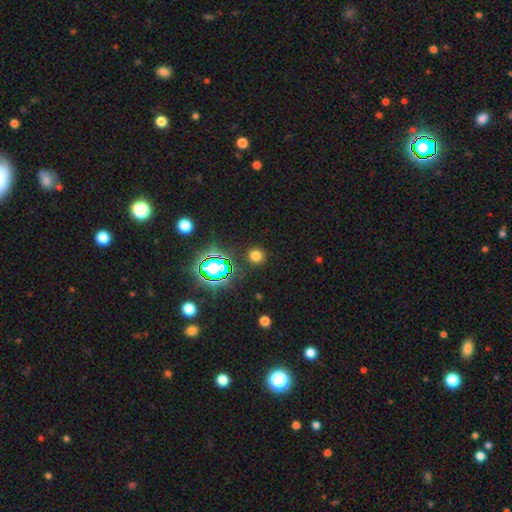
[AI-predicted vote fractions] Overall: smooth (68%). How rounded: round (90%). Merging: none (89%).